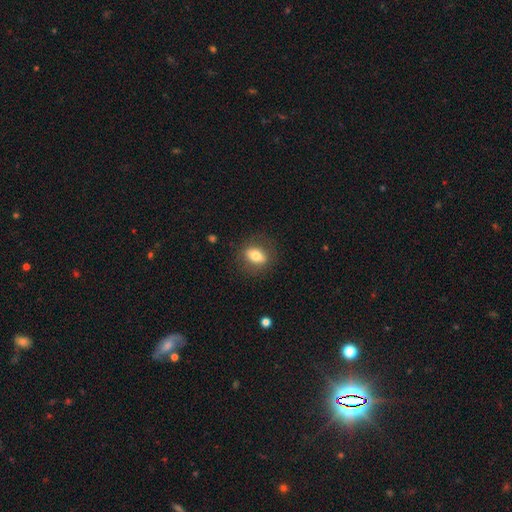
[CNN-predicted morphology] This appears to be a smooth galaxy with no disk features (70%) that is in between round and cigar-shaped (72%). Merging: none (83%).